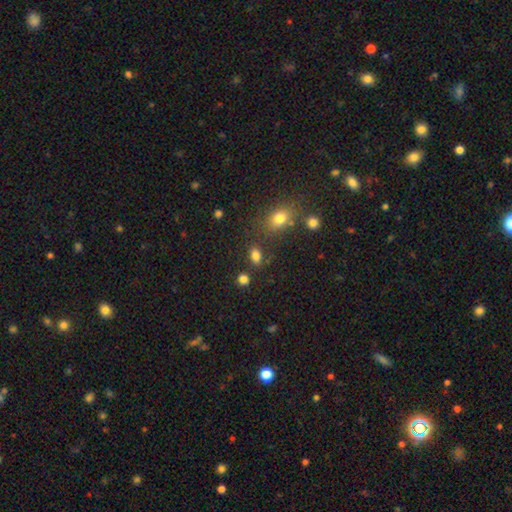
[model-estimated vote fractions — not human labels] Q: Smooth or featured?
A: smooth (82%); runner-up: star or artifact (12%)
Q: How rounded?
A: in between (81%); runner-up: round (17%)
Q: Merging?
A: none (76%); runner-up: minor disturbance (12%)